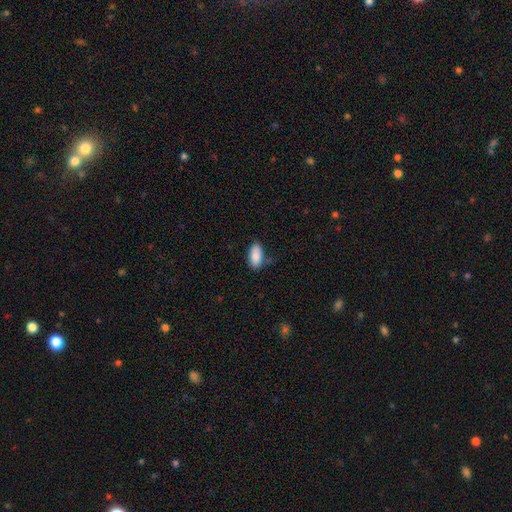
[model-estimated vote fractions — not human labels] smooth-or-featured: smooth: 88% | star or artifact: 7% | featured or disk: 5%
  how-rounded: in between: 92% | cigar-shaped: 6% | round: 2%
  merging: none: 72% | minor disturbance: 20% | major disturbance: 4% | merger: 3%